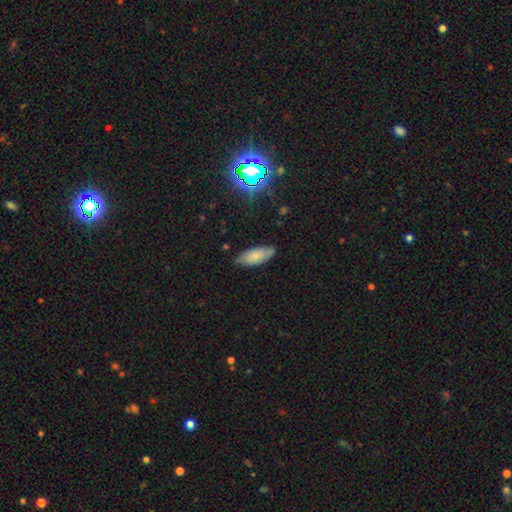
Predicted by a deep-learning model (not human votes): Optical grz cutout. It shows a smooth galaxy with no disk features (76%) that is in between round and cigar-shaped (79%). Merging: none (80%).